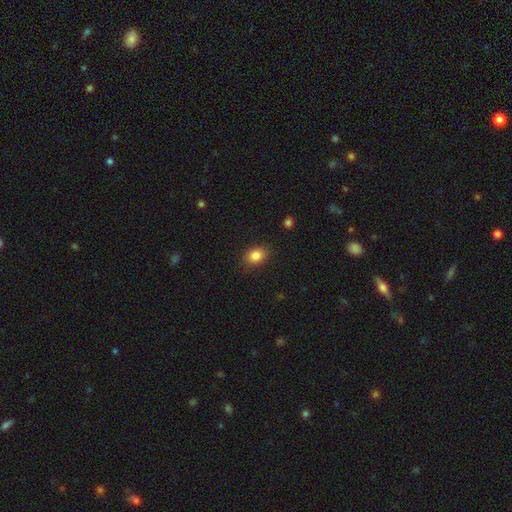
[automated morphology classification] A smooth galaxy with no disk features (85%) that is in between round and cigar-shaped (64%). Merging: none (86%).